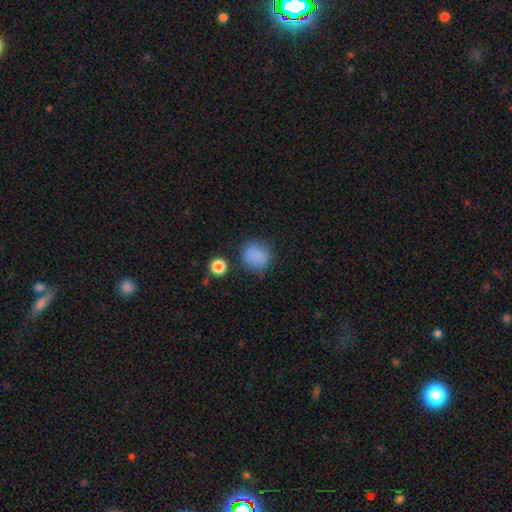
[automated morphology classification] Smooth or featured? smooth (82%)
How rounded? round (81%)
Merging? none (71%)